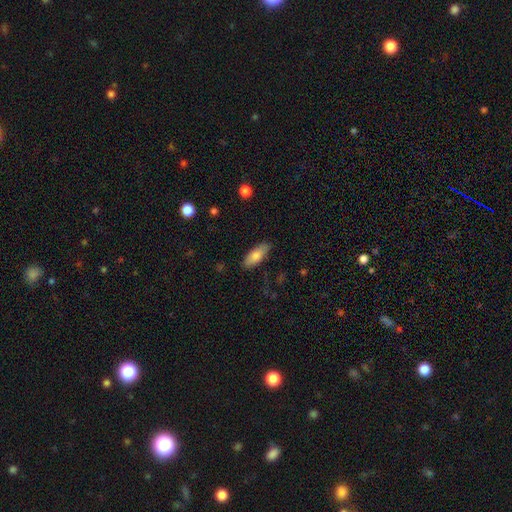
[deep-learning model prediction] smooth 80%, featured or disk 14%, star or artifact 6%. Down the decision tree: how rounded — in between (74%); merging — none (84%).